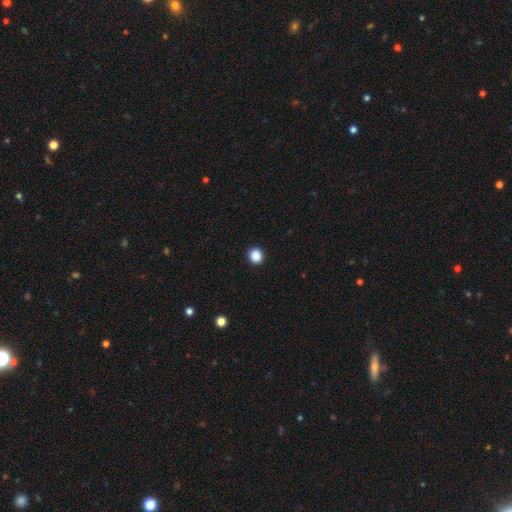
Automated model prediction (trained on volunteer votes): smooth-or-featured: smooth: 88% | star or artifact: 10% | featured or disk: 2%
  how-rounded: round: 86% | in between: 13% | cigar-shaped: 1%
  merging: none: 92% | minor disturbance: 5% | major disturbance: 2% | merger: 1%